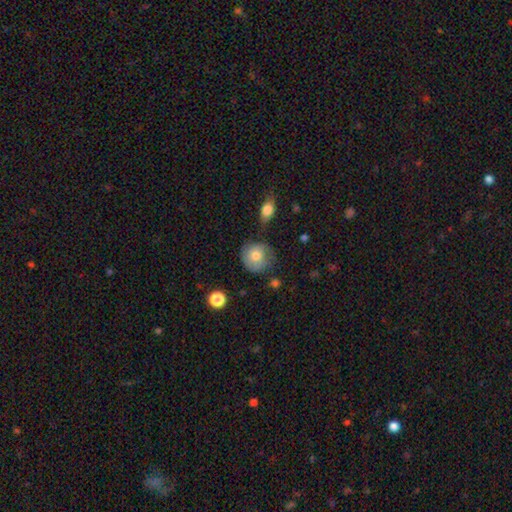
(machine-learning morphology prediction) smooth 68%, featured or disk 24%, star or artifact 8%. Down the decision tree: how rounded — round (86%); merging — none (62%).